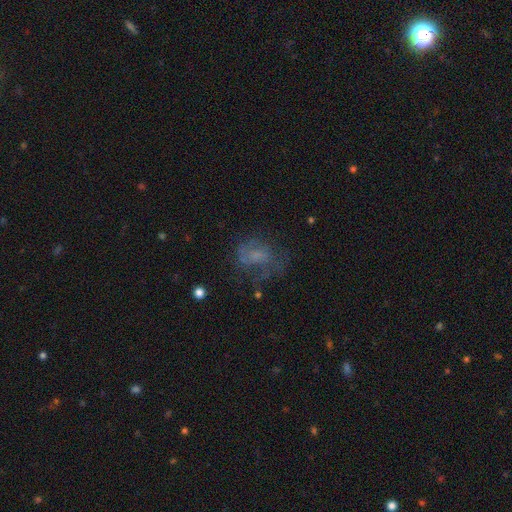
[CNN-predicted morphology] type=featured or disk (42%); merging=none (45%).